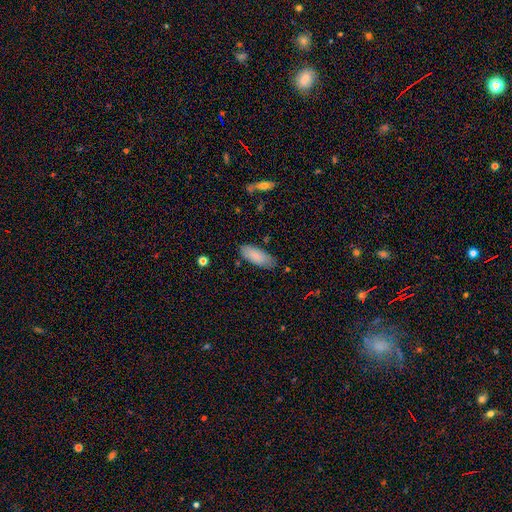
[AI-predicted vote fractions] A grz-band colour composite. It shows a smooth galaxy with no disk features (82%) that is in between round and cigar-shaped (82%). Merging: none (78%).